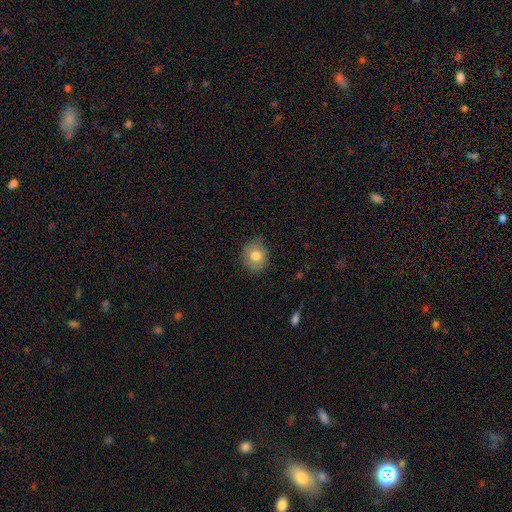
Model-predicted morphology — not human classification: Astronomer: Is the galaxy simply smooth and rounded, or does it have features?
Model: smooth — 75%.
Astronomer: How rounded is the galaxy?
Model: round — 77%.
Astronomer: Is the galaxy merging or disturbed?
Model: none — 70%.